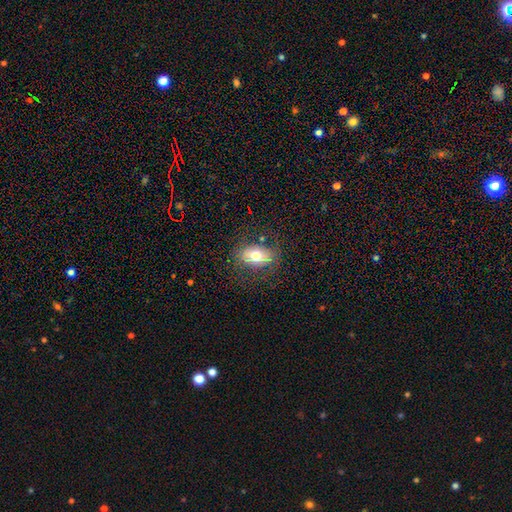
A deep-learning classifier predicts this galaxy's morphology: smooth 65%, featured or disk 25%, star or artifact 10%. Down the decision tree: how rounded — in between (83%); merging — none (74%).